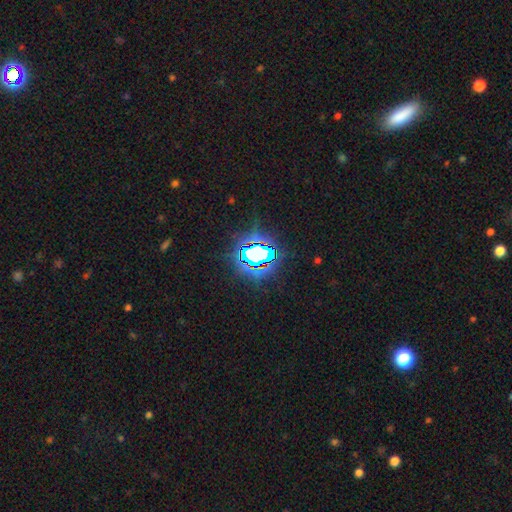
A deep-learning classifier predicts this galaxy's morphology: A star or artifact, not a galaxy (70%).

Vote fractions:
- Smooth or featured? star or artifact: 70% / smooth: 17% / featured or disk: 13%